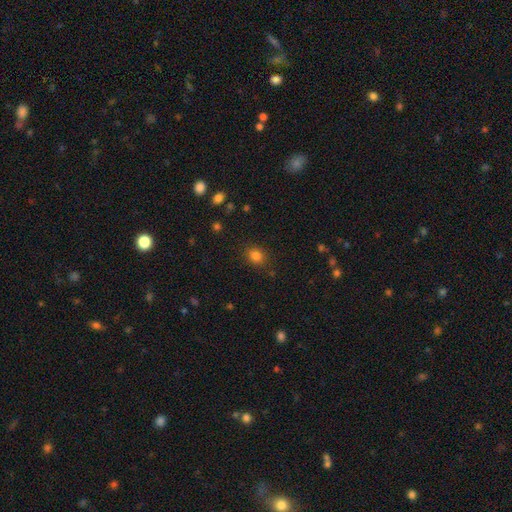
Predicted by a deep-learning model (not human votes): Smooth or featured?
  - smooth: 82% *
  - star or artifact: 13%
  - featured or disk: 5%
How rounded?
  - round: 62% *
  - in between: 37%
  - cigar-shaped: 1%
Merging?
  - none: 85% *
  - minor disturbance: 10%
  - major disturbance: 3%
  - merger: 2%